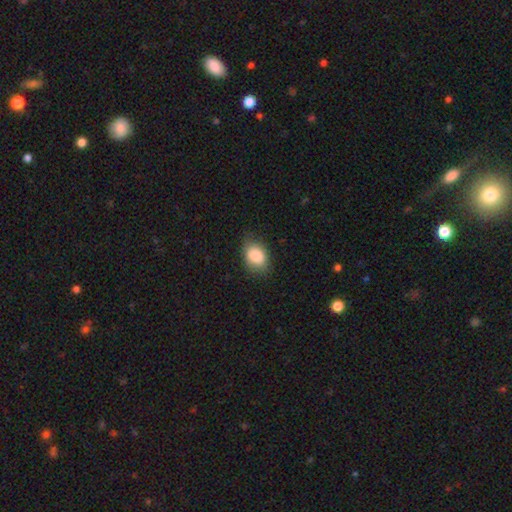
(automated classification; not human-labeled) This appears to be a smooth galaxy with no disk features (84%) that is in between round and cigar-shaped (75%). Merging: none (75%).